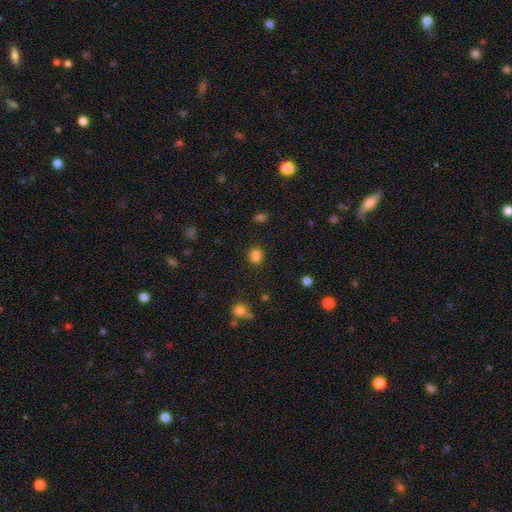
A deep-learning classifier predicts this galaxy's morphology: A smooth galaxy with no disk features (78%) that is round (58%). Merging: none (67%).